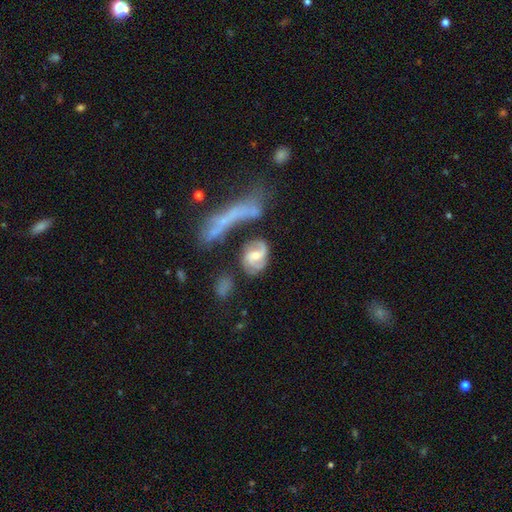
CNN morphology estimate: Smooth or featured?
  - featured or disk: 74% *
  - smooth: 19%
  - star or artifact: 7%
Edge-on disk?
  - no: 96% *
  - yes: 4%
Bar?
  - no: 47% *
  - weak: 40%
  - strong: 13%
Spiral arms?
  - yes: 91% *
  - no: 9%
Spiral winding?
  - medium: 45% *
  - tight: 28%
  - loose: 27%
Spiral arm count?
  - 2: 61% *
  - 3: 15%
  - can't tell: 14%
  - 1: 4%
  - 4: 3%
  - more than 4: 3%
Bulge size?
  - moderate: 55% *
  - small: 37%
  - none: 4%
  - large: 4%
  - dominant: 1%
Merging?
  - none: 52% *
  - minor disturbance: 19%
  - major disturbance: 15%
  - merger: 15%